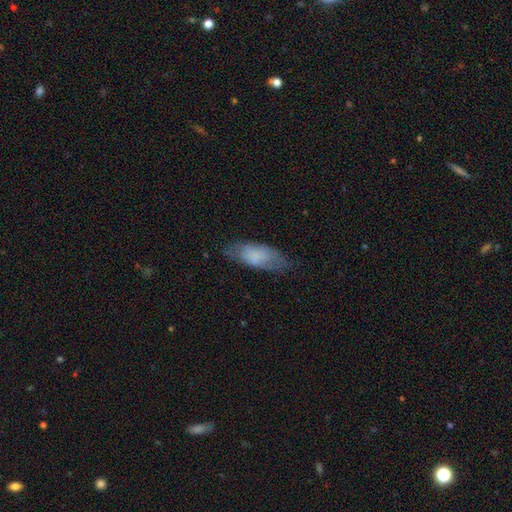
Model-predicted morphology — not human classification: smooth-or-featured: smooth: 70% | featured or disk: 23% | star or artifact: 7%
  how-rounded: in between: 76% | cigar-shaped: 22% | round: 2%
  merging: none: 68% | minor disturbance: 23% | major disturbance: 8% | merger: 1%